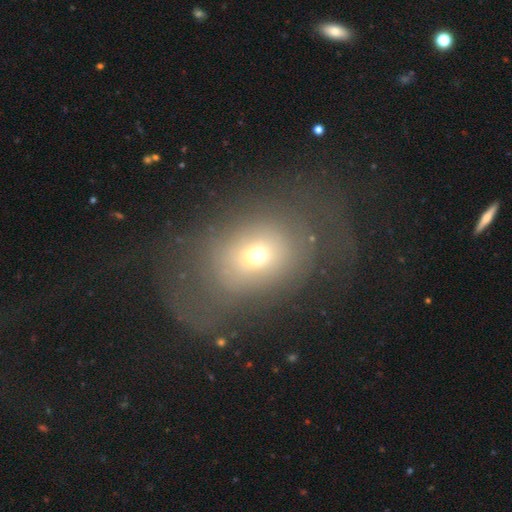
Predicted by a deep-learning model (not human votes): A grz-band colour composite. It shows a smooth galaxy with no disk features (55%) that is in between round and cigar-shaped (51%). Merging: none (48%).